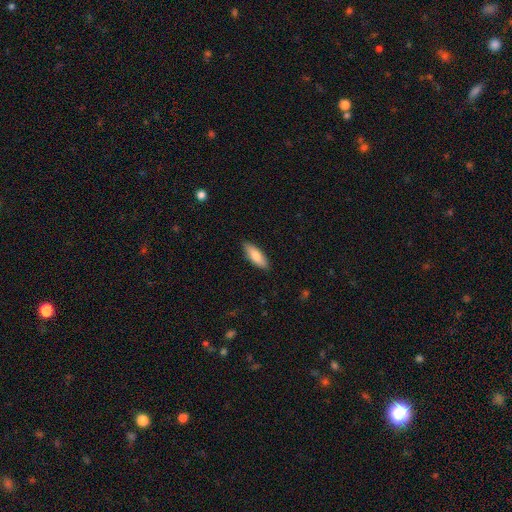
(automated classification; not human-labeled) Morphology: type=smooth (79%); roundness=in between (62%); merging=none (87%).